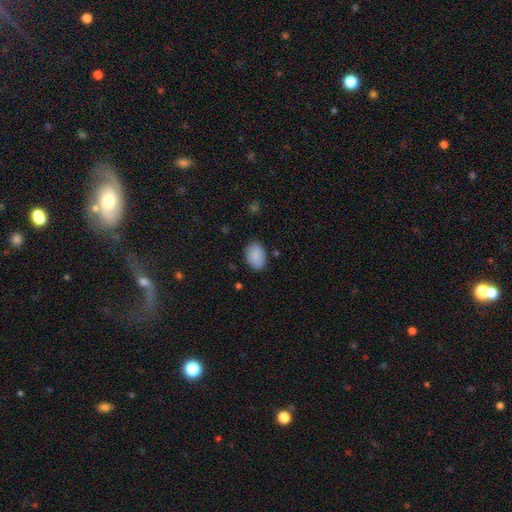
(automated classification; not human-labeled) Smooth or featured? smooth (87%)
How rounded? in between (80%)
Merging? none (84%)